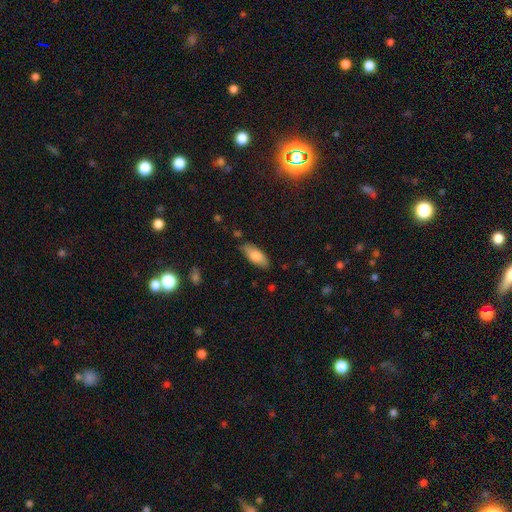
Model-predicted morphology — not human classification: A smooth galaxy with no disk features (79%) that is in between round and cigar-shaped (83%).

Vote fractions:
- Smooth or featured? smooth: 79% / featured or disk: 15% / star or artifact: 6%
- How rounded? in between: 83% / cigar-shaped: 15% / round: 2%
- Merging? none: 81% / minor disturbance: 15% / major disturbance: 3% / merger: 2%